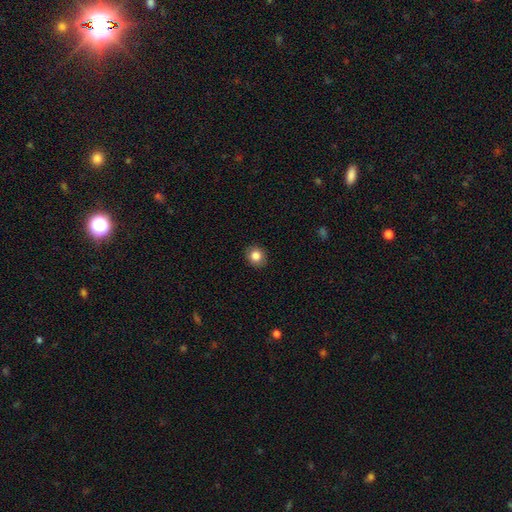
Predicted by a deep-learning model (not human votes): Morphology: type=smooth (84%); roundness=round (81%); merging=none (91%).